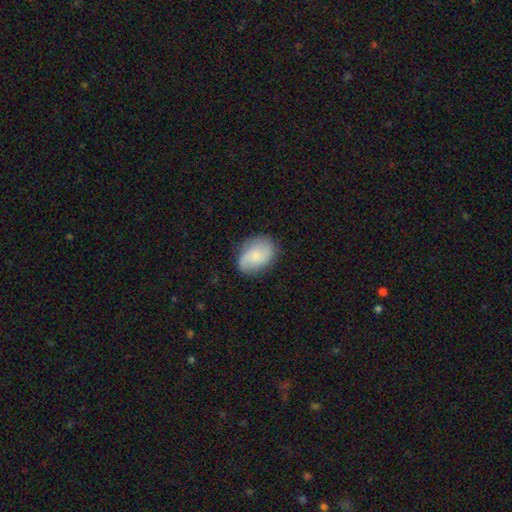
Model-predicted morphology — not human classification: Overall: smooth (48%; featured or disk 44%). Merging: none (73%).